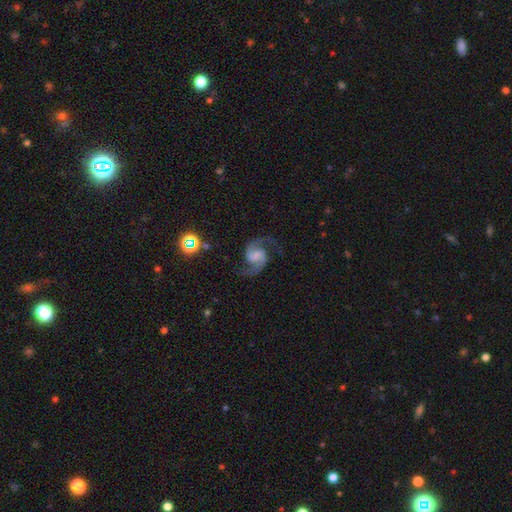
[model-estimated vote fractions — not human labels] Q: Smooth or featured?
A: featured or disk (90%); runner-up: star or artifact (6%)
Q: Edge-on disk?
A: no (98%); runner-up: yes (2%)
Q: Bar?
A: weak (50%); runner-up: no (30%)
Q: Spiral arms?
A: yes (98%); runner-up: no (2%)
Q: Spiral winding?
A: medium (55%); runner-up: loose (35%)
Q: Spiral arm count?
A: 2 (94%); runner-up: can't tell (1%)
Q: Bulge size?
A: none (47%); runner-up: small (24%)
Q: Merging?
A: none (79%); runner-up: minor disturbance (13%)